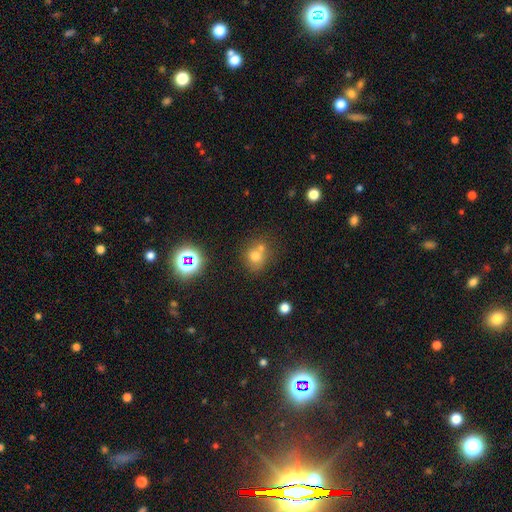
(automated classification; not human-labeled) smooth 67%, star or artifact 20%, featured or disk 13%. Down the decision tree: how rounded — round (77%); merging — none (50%).